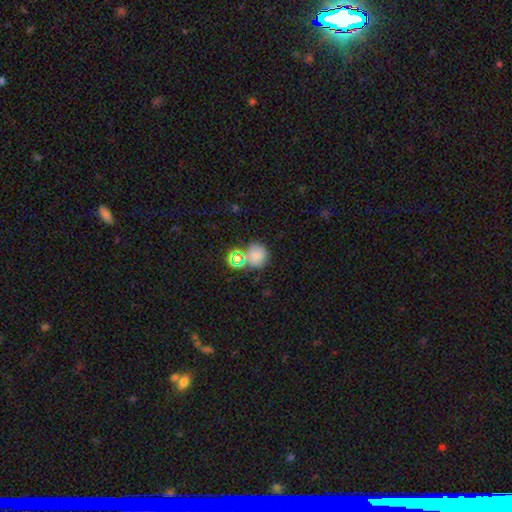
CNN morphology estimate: This appears to be a smooth galaxy with no disk features (69%) that is round (82%). Merging: none (63%).